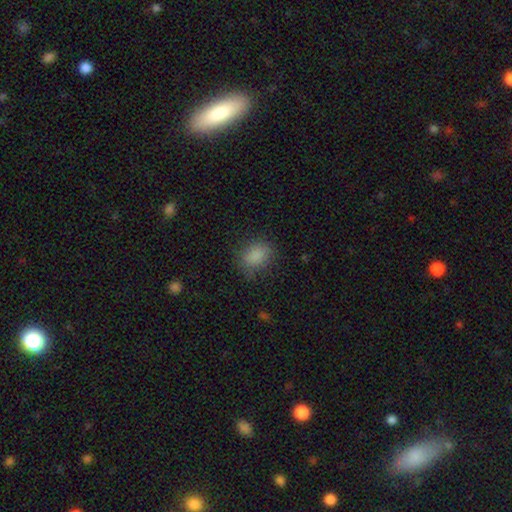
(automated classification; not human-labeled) smooth_or_featured: smooth (p=0.85) [alt: star or artifact p=0.10]
how_rounded: in between (p=0.70) [alt: round p=0.28]
merging: none (p=0.75) [alt: minor disturbance p=0.18]